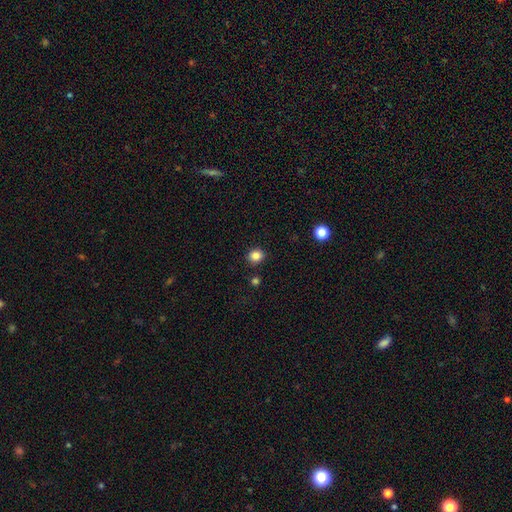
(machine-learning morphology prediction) Smooth or featured?
  - smooth: 84% *
  - star or artifact: 11%
  - featured or disk: 4%
How rounded?
  - round: 83% *
  - in between: 16%
  - cigar-shaped: 1%
Merging?
  - none: 88% *
  - minor disturbance: 7%
  - merger: 3%
  - major disturbance: 2%